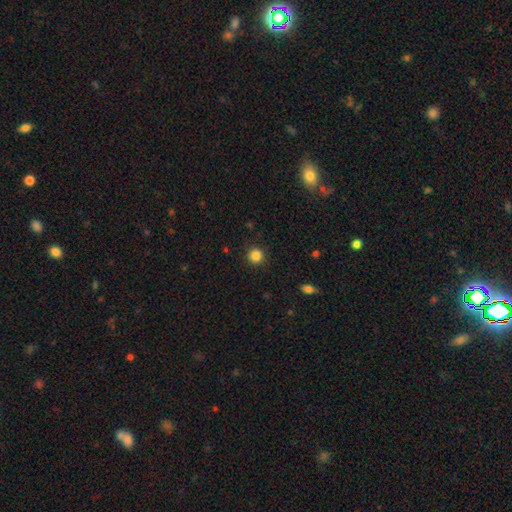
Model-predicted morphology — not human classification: Smooth or featured? smooth (85%)
How rounded? round (95%)
Merging? none (92%)